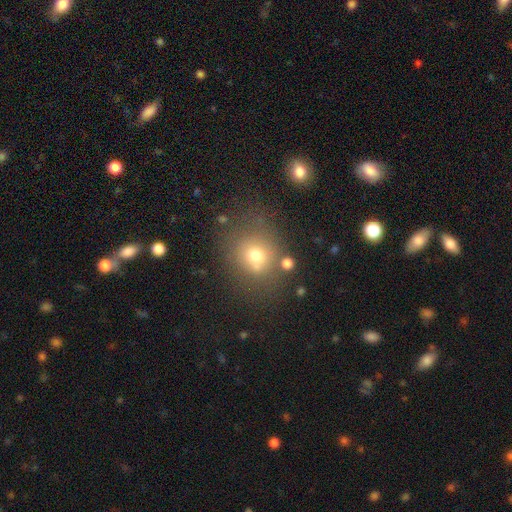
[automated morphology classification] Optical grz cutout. It shows a smooth galaxy with no disk features (70%) that is round (77%). Merging: none (65%).